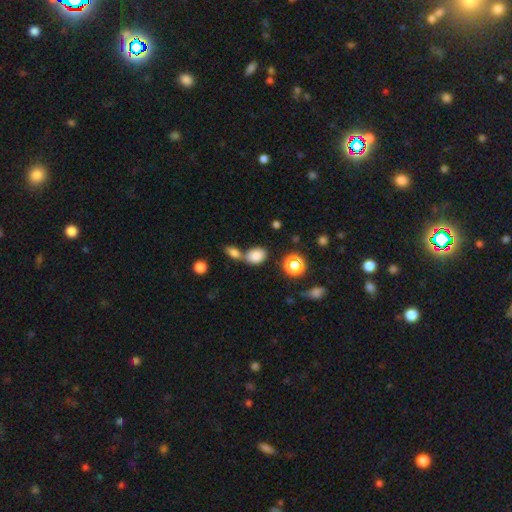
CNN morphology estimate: A smooth galaxy with no disk features (84%) that is in between round and cigar-shaped (72%).

Vote fractions:
- Smooth or featured? smooth: 84% / star or artifact: 10% / featured or disk: 6%
- How rounded? in between: 72% / round: 26% / cigar-shaped: 2%
- Merging? none: 48% / merger: 36% / minor disturbance: 11% / major disturbance: 4%